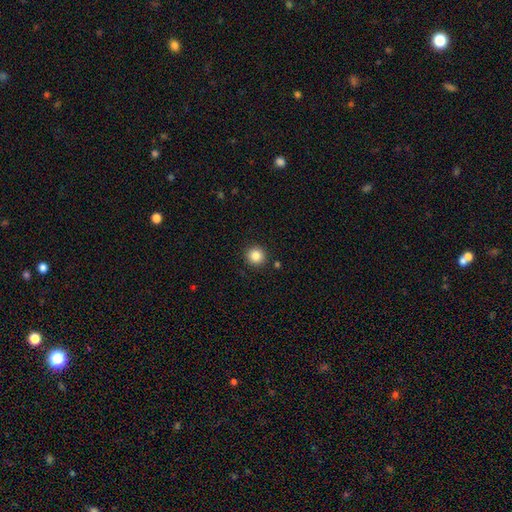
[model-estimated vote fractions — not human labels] smooth 86%, star or artifact 10%, featured or disk 4%. Down the decision tree: how rounded — round (94%); merging — none (91%).